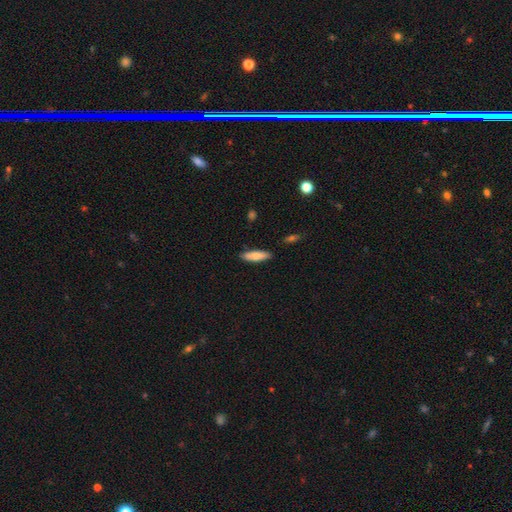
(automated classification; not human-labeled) Smooth or featured? Predicted: smooth (p=0.78). How rounded? Predicted: cigar-shaped (p=0.56). Merging? Predicted: none (p=0.87).